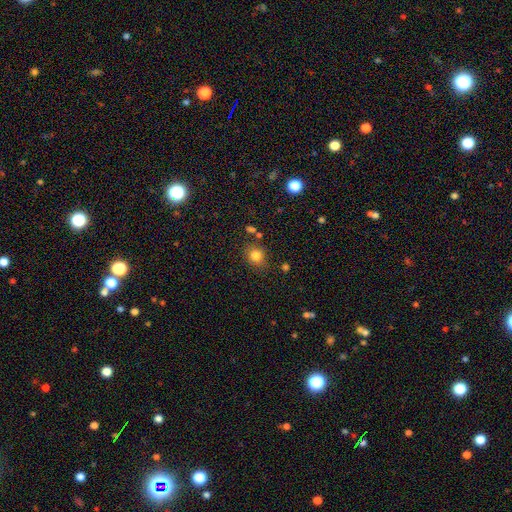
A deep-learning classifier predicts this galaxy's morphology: Overall: smooth (81%). How rounded: round (72%). Merging: none (77%).